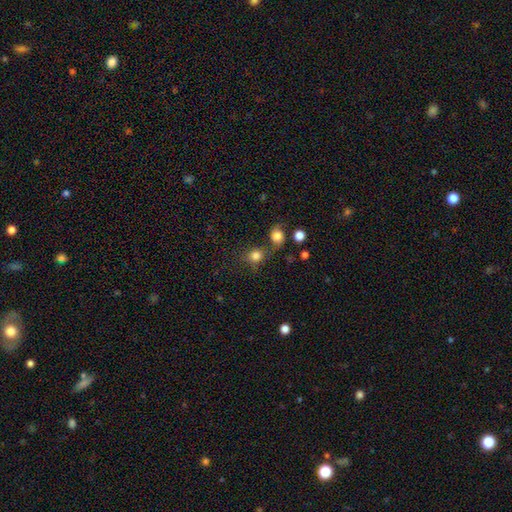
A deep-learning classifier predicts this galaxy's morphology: type=smooth (81%); roundness=round (74%); merging=none (51%).